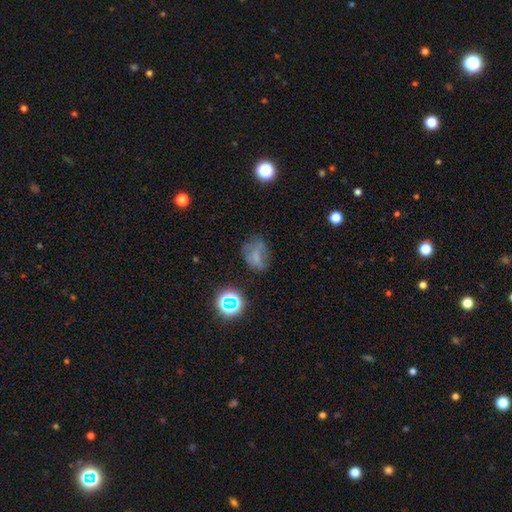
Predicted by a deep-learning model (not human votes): A smooth galaxy with no disk features (50%).

Vote fractions:
- Smooth or featured? smooth: 50% / featured or disk: 26% / star or artifact: 24%
- Merging? none: 46% / minor disturbance: 27% / major disturbance: 23% / merger: 4%